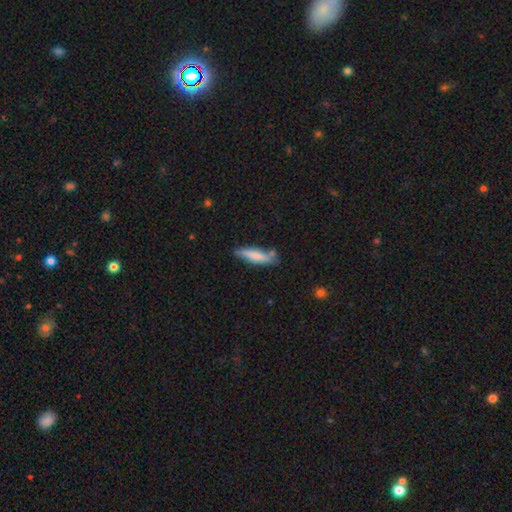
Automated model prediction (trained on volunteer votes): smooth_or_featured: smooth (p=0.70) [alt: featured or disk p=0.23]
how_rounded: cigar-shaped (p=0.76) [alt: in between p=0.22]
merging: none (p=0.62) [alt: minor disturbance p=0.24]